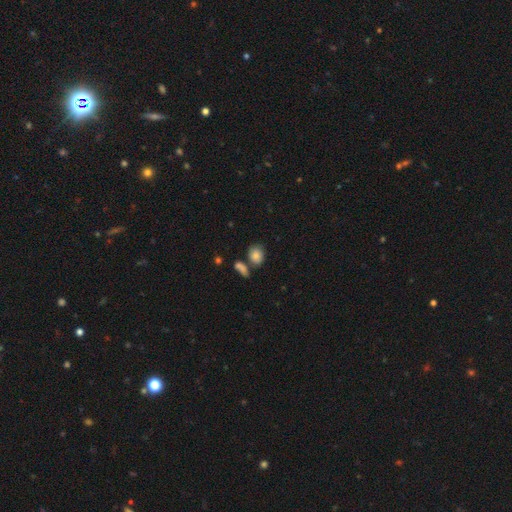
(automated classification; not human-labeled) The model was most divided on "how rounded": in between: 57%, round: 41%, cigar-shaped: 2%. More confident: smooth or featured — smooth (84%); merging — none (59%).